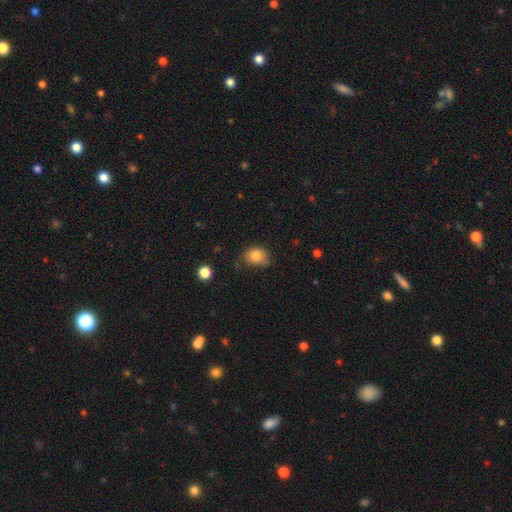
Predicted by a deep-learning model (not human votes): Q: Smooth or featured?
A: smooth (81%); runner-up: star or artifact (10%)
Q: How rounded?
A: in between (50%); runner-up: round (49%)
Q: Merging?
A: none (60%); runner-up: minor disturbance (32%)